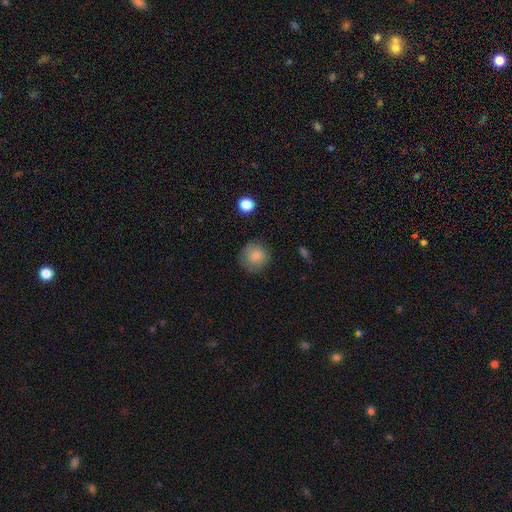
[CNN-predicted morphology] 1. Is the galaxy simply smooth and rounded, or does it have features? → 83% smooth, 9% featured or disk, 9% star or artifact.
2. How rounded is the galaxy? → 93% round, 6% in between, 1% cigar-shaped.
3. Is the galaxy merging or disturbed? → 82% none, 12% minor disturbance, 4% major disturbance, 1% merger.